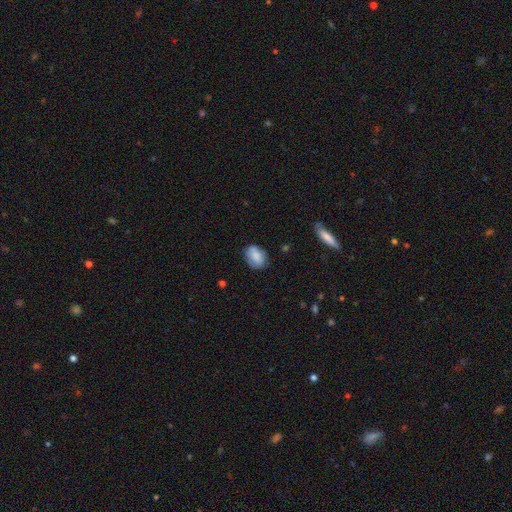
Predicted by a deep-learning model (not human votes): Q: Smooth or featured?
A: smooth (82%); runner-up: featured or disk (11%)
Q: How rounded?
A: in between (71%); runner-up: round (28%)
Q: Merging?
A: none (71%); runner-up: minor disturbance (22%)